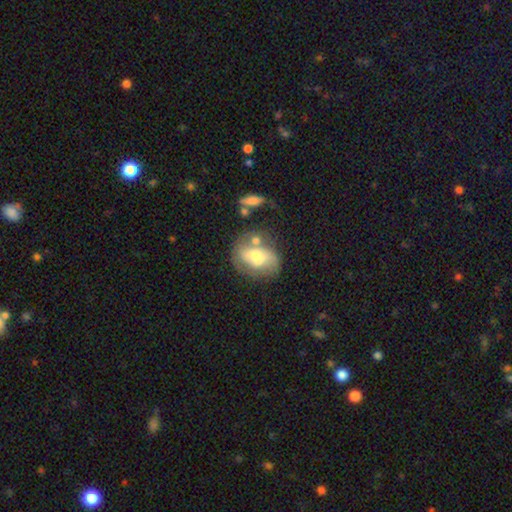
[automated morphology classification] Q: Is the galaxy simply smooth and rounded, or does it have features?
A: smooth — 46%, tied with featured or disk.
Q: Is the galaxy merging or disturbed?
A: none — 40%.